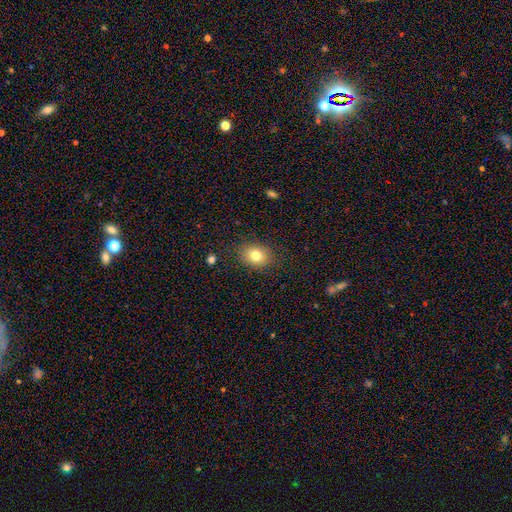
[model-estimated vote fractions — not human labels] Smooth or featured? smooth (79%)
How rounded? in between (51%)
Merging? none (85%)